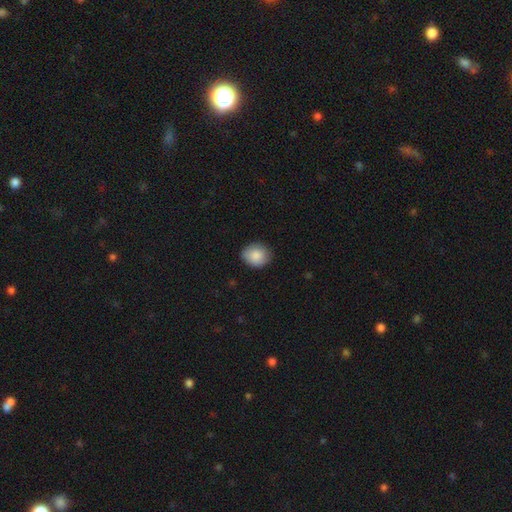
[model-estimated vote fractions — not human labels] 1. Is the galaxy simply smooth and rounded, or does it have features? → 87% smooth, 7% star or artifact, 6% featured or disk.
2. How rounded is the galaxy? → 63% round, 36% in between, 1% cigar-shaped.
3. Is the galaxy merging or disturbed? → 83% none, 13% minor disturbance, 2% major disturbance, 1% merger.